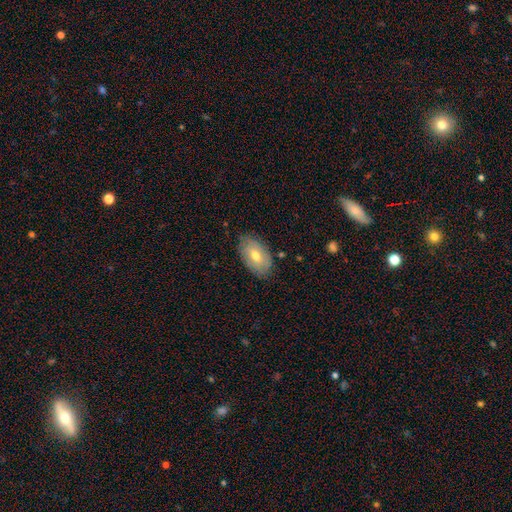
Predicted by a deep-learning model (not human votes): This is likely a smooth galaxy (62%). How rounded: clearly in between (92%). Merging: clearly none (80%).